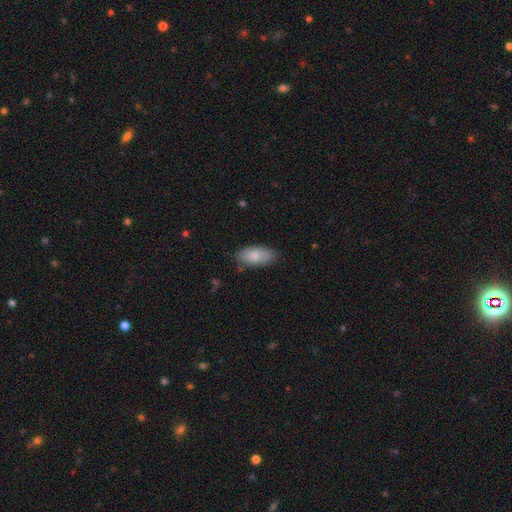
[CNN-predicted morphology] A smooth galaxy with no disk features (80%) that is in between round and cigar-shaped (91%). Merging: none (75%).